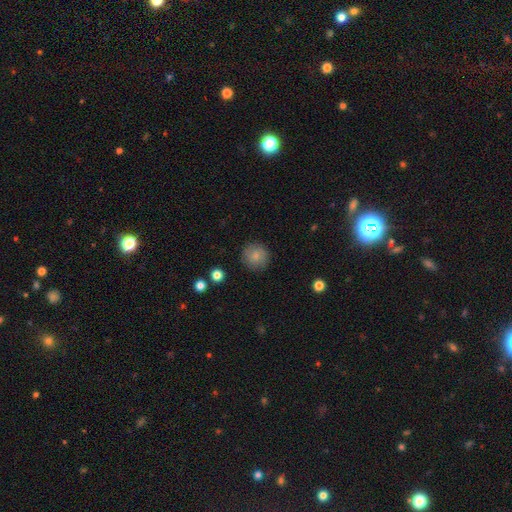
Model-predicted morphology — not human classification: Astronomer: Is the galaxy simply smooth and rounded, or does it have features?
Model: smooth — 83%.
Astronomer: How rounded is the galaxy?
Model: round — 93%.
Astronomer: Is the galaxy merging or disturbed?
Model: none — 88%.